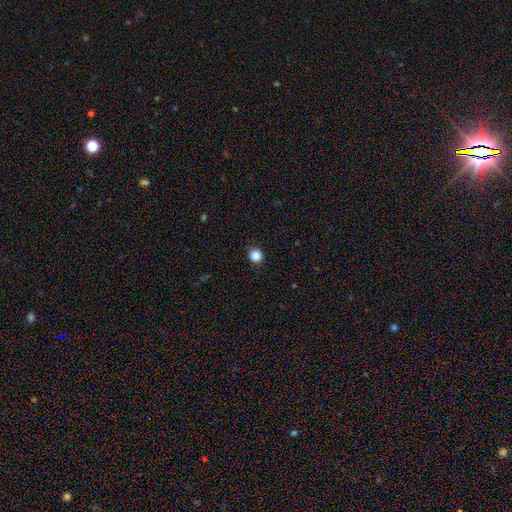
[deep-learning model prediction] Smooth or featured? Predicted: smooth (p=0.87). How rounded? Predicted: round (p=0.93). Merging? Predicted: none (p=0.91).